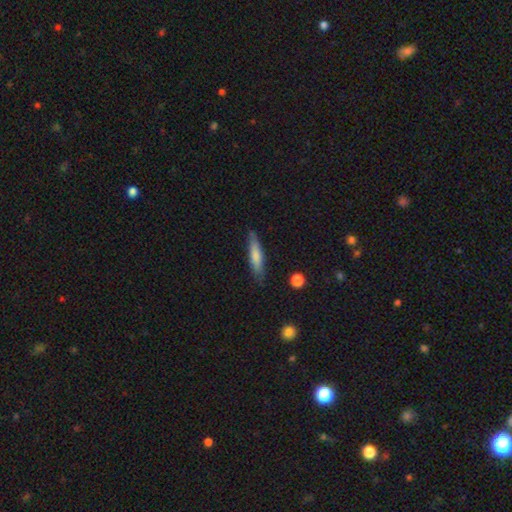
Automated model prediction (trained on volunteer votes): Smooth or featured? Predicted: smooth (p=0.73). How rounded? Predicted: cigar-shaped (p=0.80). Merging? Predicted: none (p=0.79).